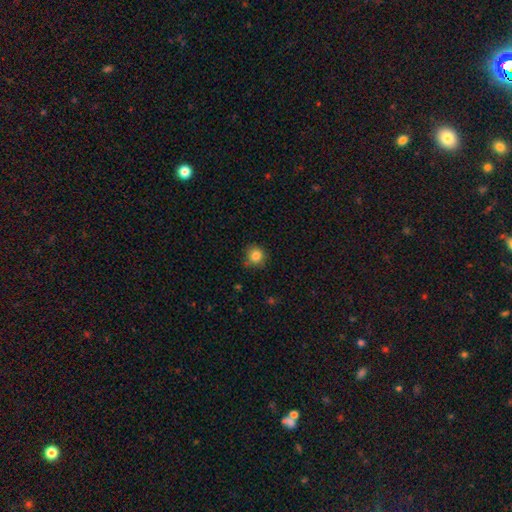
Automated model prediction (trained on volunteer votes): Q: Smooth or featured?
A: smooth (84%); runner-up: star or artifact (11%)
Q: How rounded?
A: round (87%); runner-up: in between (12%)
Q: Merging?
A: none (75%); runner-up: minor disturbance (19%)